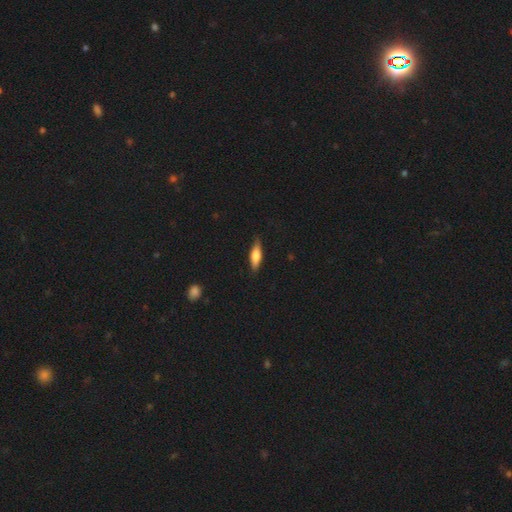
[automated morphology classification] smooth-or-featured: smooth: 65% | featured or disk: 28% | star or artifact: 6%
  how-rounded: cigar-shaped: 55% | in between: 43% | round: 2%
  merging: none: 83% | minor disturbance: 13% | major disturbance: 2% | merger: 1%